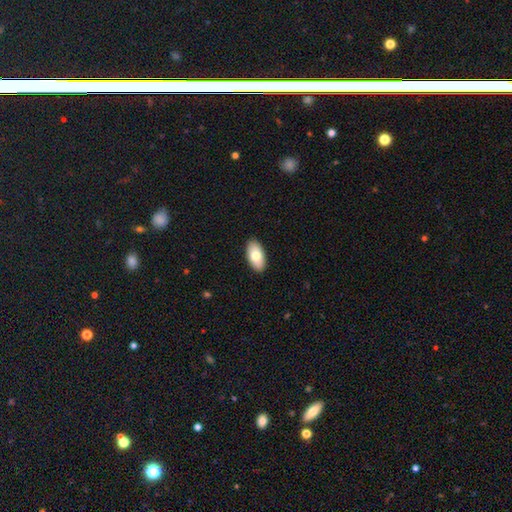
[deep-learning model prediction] Smooth or featured? smooth (79%)
How rounded? in between (93%)
Merging? none (90%)